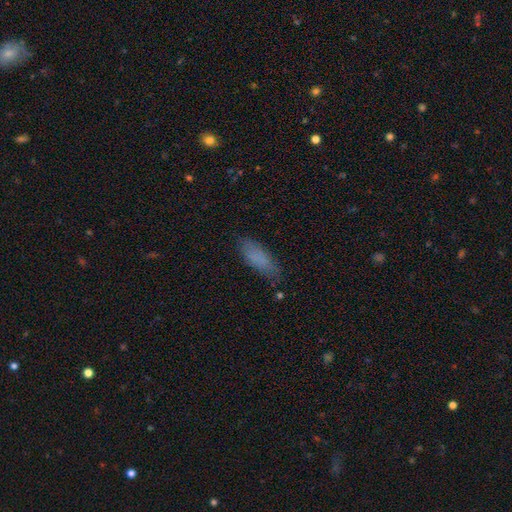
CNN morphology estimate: A smooth galaxy with no disk features (80%) that is in between round and cigar-shaped (62%). Merging: none (75%).